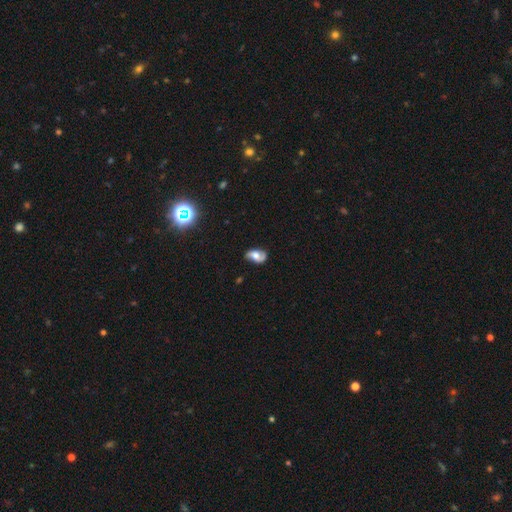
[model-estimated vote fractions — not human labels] smooth-or-featured: featured or disk: 52% | smooth: 39% | star or artifact: 9%
  disk-edge-on: no: 94% | yes: 6%
  merging: none: 67% | minor disturbance: 24% | major disturbance: 7% | merger: 2%